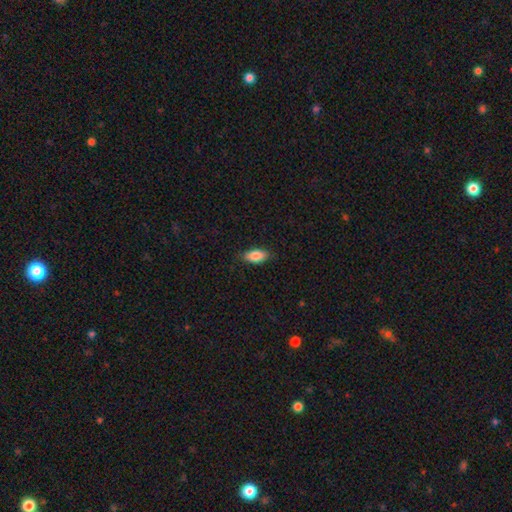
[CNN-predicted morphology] Smooth or featured: smooth — 85% (featured or disk — 8%)
How rounded: in between — 88% (cigar-shaped — 9%)
Merging: none — 85% (minor disturbance — 11%)